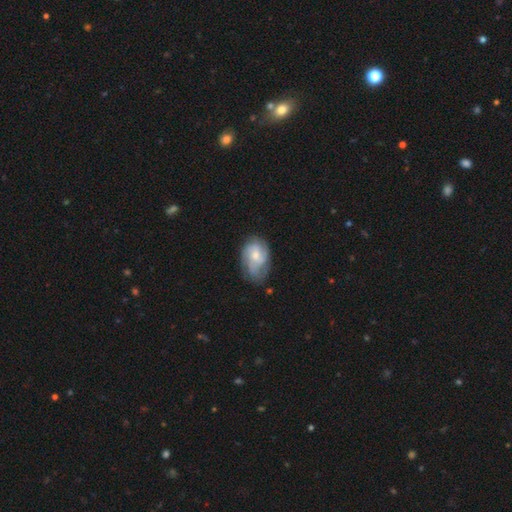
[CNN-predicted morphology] A featured or disk galaxy (55%) with no bar (69%), spiral arms (75%) and a moderate central bulge (52%).

Vote fractions:
- Smooth or featured? featured or disk: 55% / smooth: 38% / star or artifact: 7%
- Edge-on disk? no: 97% / yes: 3%
- Bar? no: 69% / weak: 28% / strong: 4%
- Spiral arms? yes: 75% / no: 25%
- Bulge size? moderate: 52% / small: 37% / large: 5% / none: 5% / dominant: 1%
- Merging? none: 54% / minor disturbance: 30% / major disturbance: 14% / merger: 2%